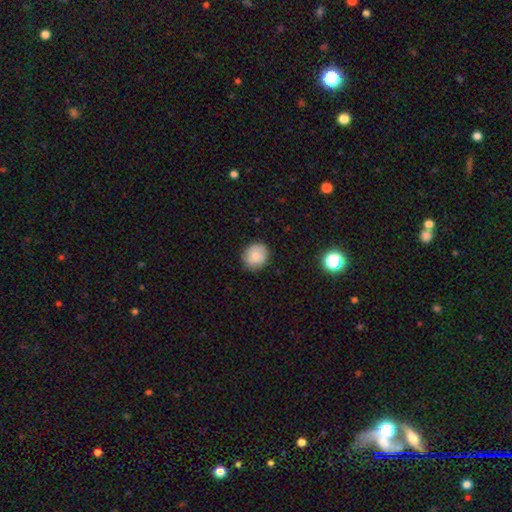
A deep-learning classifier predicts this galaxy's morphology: type=smooth (72%); roundness=round (80%); merging=none (86%).